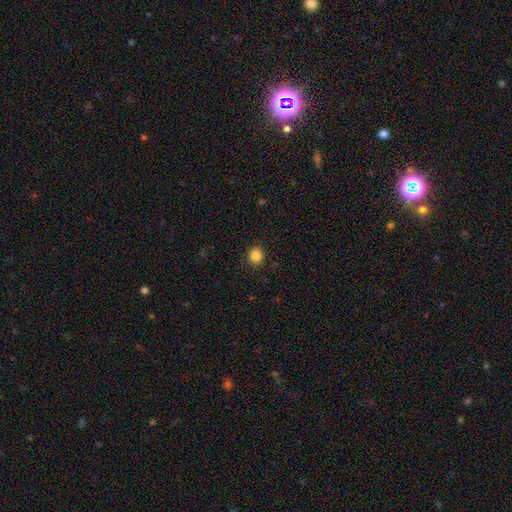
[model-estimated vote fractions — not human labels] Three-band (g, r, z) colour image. It shows a smooth galaxy with no disk features (86%) that is round (85%). Merging: none (91%).